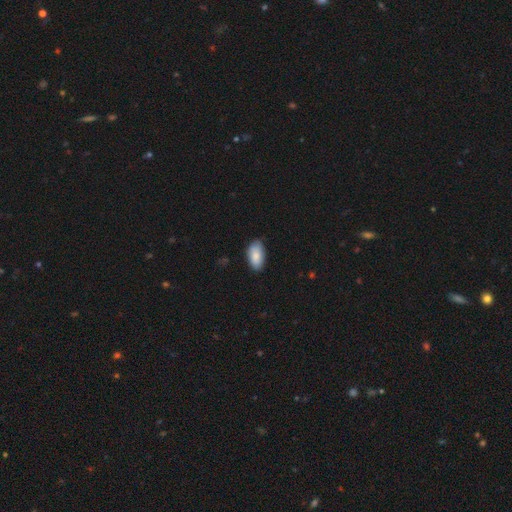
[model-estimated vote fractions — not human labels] A smooth galaxy with no disk features (85%) that is in between round and cigar-shaped (95%). Merging: none (79%).